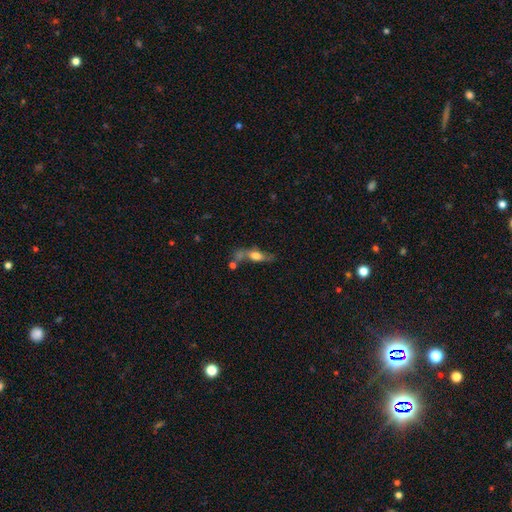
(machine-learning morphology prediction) A smooth galaxy with no disk features (49%). Merging: none (42%).